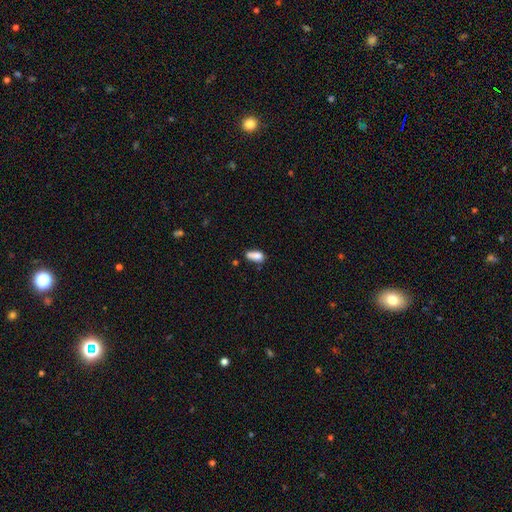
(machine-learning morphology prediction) Smooth or featured?
  - smooth: 79% *
  - featured or disk: 11%
  - star or artifact: 10%
How rounded?
  - in between: 82% *
  - cigar-shaped: 13%
  - round: 5%
Merging?
  - none: 43% *
  - minor disturbance: 28%
  - merger: 18%
  - major disturbance: 11%